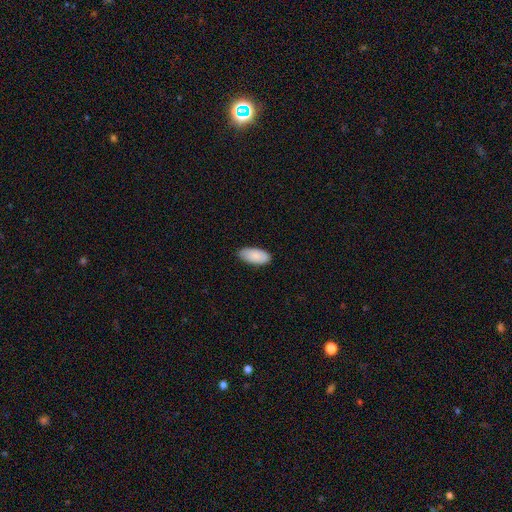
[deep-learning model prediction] Q: Smooth or featured?
A: smooth (89%); runner-up: star or artifact (6%)
Q: How rounded?
A: in between (94%); runner-up: cigar-shaped (5%)
Q: Merging?
A: none (84%); runner-up: minor disturbance (13%)